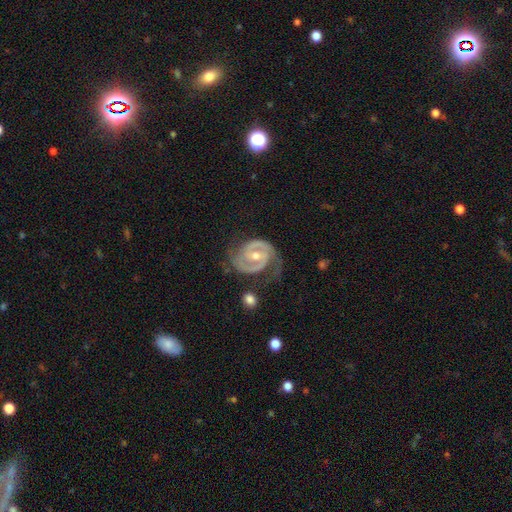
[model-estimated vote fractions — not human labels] Morphology: type=featured or disk (91%); edge-on=no (98%); bar=no (44%); spiral arms=yes (97%); winding=tight (52%); arm count=2 (89%); bulge=moderate (59%); merging=none (69%).